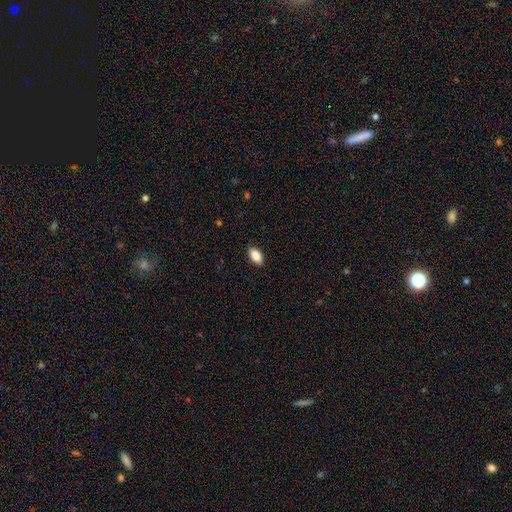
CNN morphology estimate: Smooth or featured? smooth (88%)
How rounded? in between (92%)
Merging? none (89%)